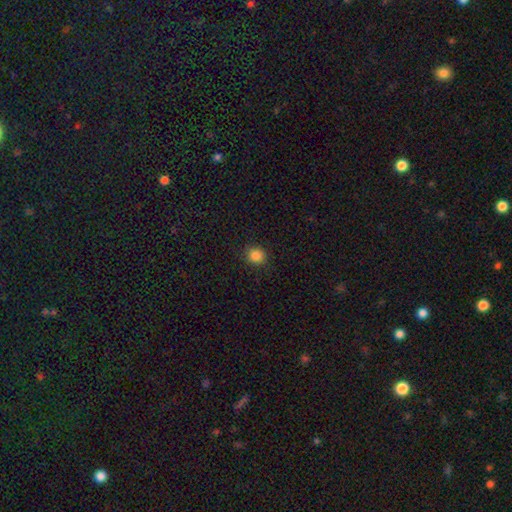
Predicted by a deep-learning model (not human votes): Smooth or featured?
  - smooth: 85% *
  - star or artifact: 11%
  - featured or disk: 4%
How rounded?
  - round: 88% *
  - in between: 11%
  - cigar-shaped: 1%
Merging?
  - none: 89% *
  - minor disturbance: 7%
  - major disturbance: 2%
  - merger: 1%